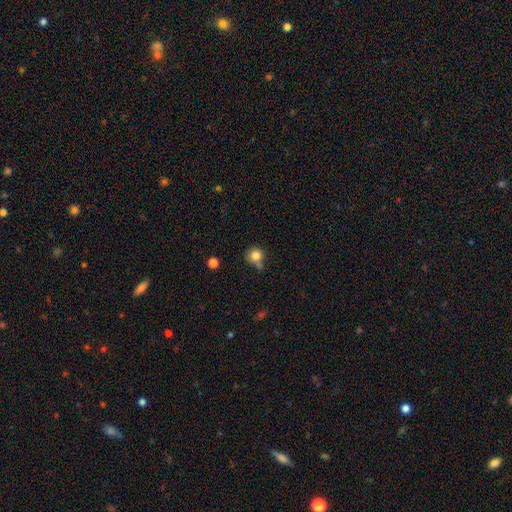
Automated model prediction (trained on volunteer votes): A smooth galaxy with no disk features (81%) that is round (88%). Merging: none (56%).